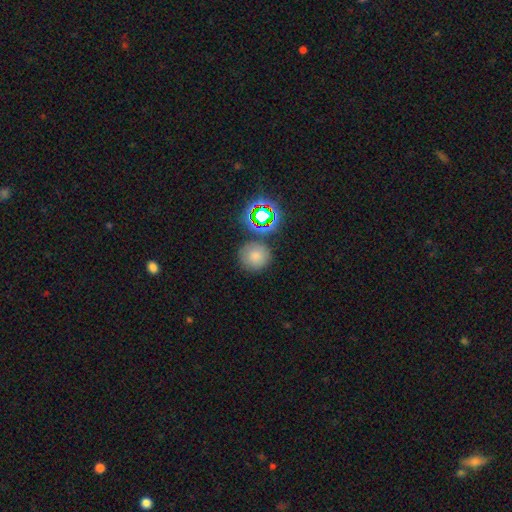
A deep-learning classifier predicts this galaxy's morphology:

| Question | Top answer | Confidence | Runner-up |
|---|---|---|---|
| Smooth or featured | smooth | 72% | star or artifact (20%) |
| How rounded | round | 90% | in between (9%) |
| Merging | none | 79% | minor disturbance (10%) |